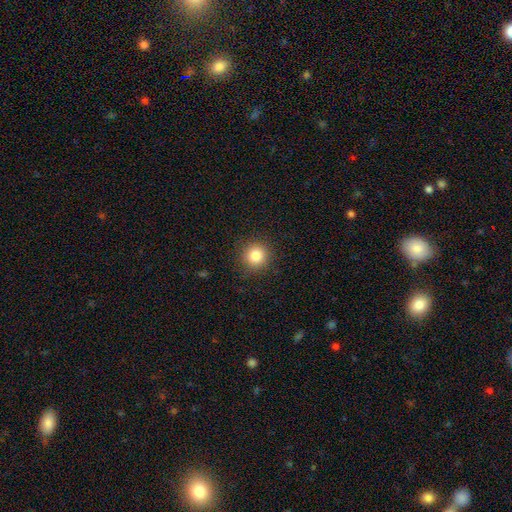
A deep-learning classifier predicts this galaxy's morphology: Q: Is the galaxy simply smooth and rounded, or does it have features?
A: smooth — 84%.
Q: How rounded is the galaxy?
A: round — 93%.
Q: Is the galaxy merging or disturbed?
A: none — 89%.